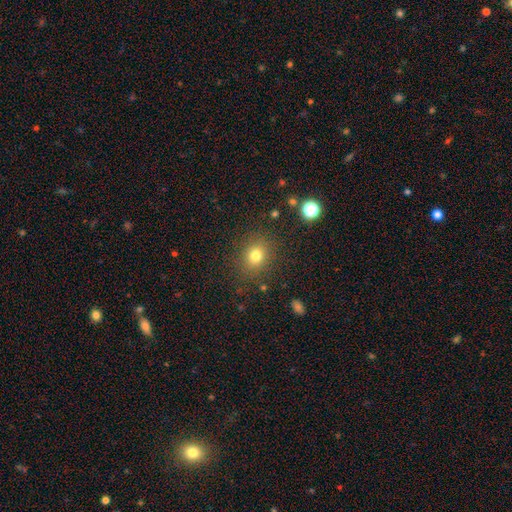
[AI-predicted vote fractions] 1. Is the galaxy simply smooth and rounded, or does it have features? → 77% smooth, 15% star or artifact, 8% featured or disk.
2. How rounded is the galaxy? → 68% round, 31% in between, 1% cigar-shaped.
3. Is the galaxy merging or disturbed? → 85% none, 9% minor disturbance, 4% major disturbance, 2% merger.